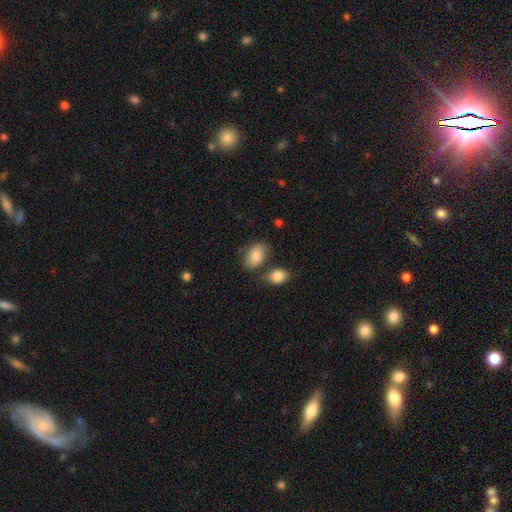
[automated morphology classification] This appears to be a smooth galaxy with no disk features (80%) that is in between round and cigar-shaped (87%). Merging: none (62%).